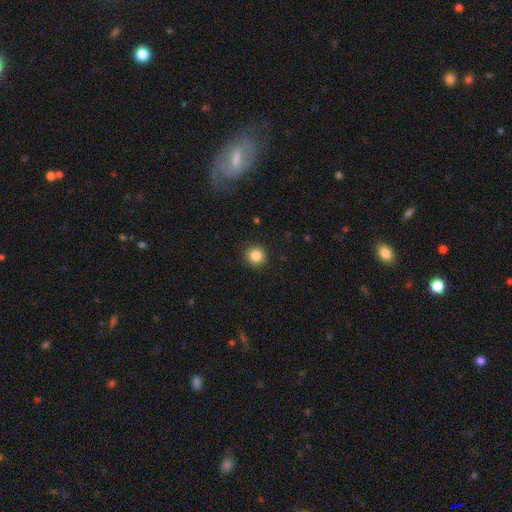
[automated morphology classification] Q: Smooth or featured?
A: smooth (85%); runner-up: star or artifact (10%)
Q: How rounded?
A: round (93%); runner-up: in between (6%)
Q: Merging?
A: none (92%); runner-up: minor disturbance (5%)